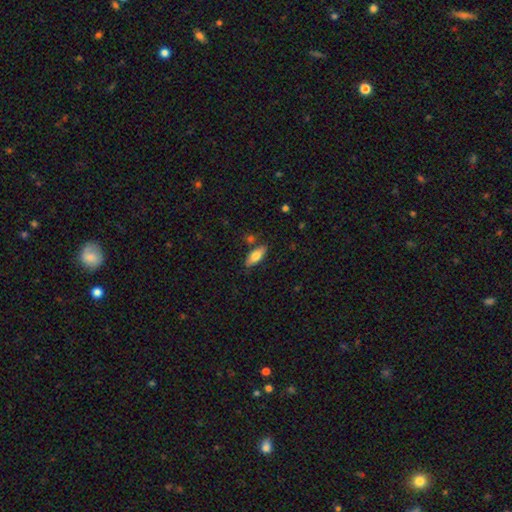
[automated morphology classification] Smooth or featured? Predicted: smooth (p=0.74). How rounded? Predicted: in between (p=0.75). Merging? Predicted: none (p=0.78).